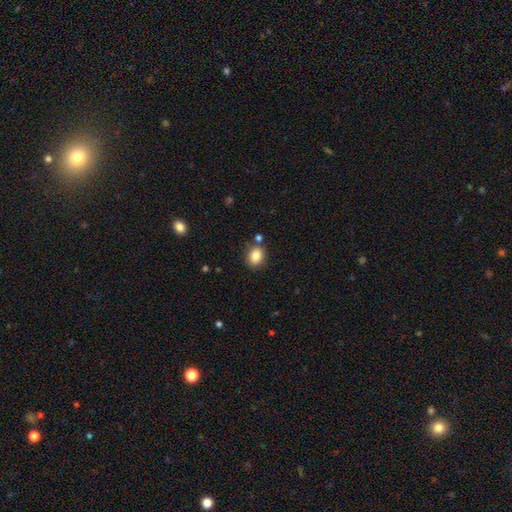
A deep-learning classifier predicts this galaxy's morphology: Overall: smooth (85%). How rounded: in between (50%; round 49%). Merging: none (79%).